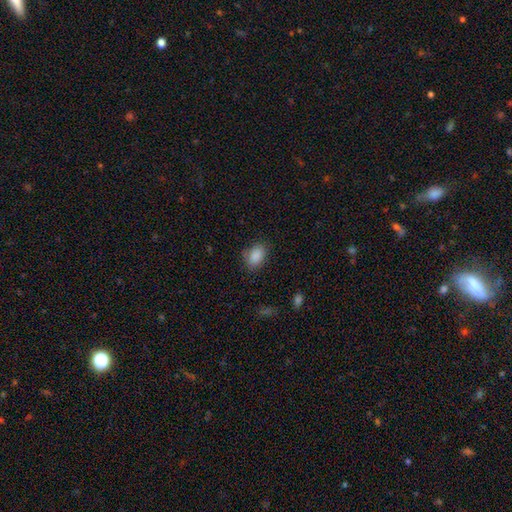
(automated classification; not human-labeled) A smooth galaxy with no disk features (88%) that is in between round and cigar-shaped (83%). Merging: none (76%).